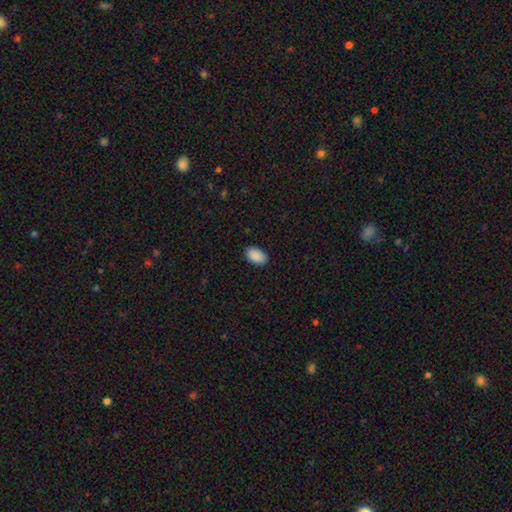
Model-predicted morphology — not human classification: smooth-or-featured: smooth: 91% | star or artifact: 7% | featured or disk: 3%
  how-rounded: in between: 94% | round: 5% | cigar-shaped: 1%
  merging: none: 89% | minor disturbance: 8% | major disturbance: 2% | merger: 1%